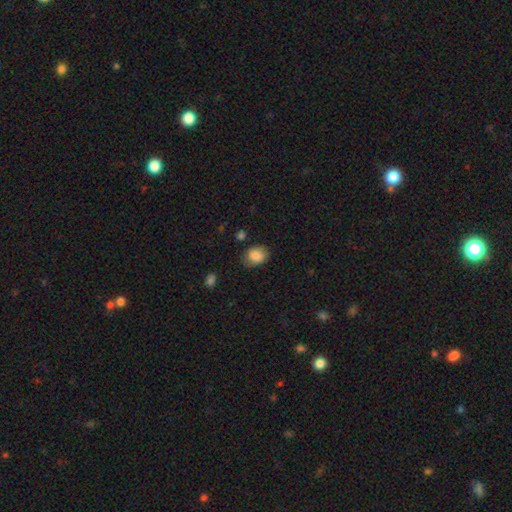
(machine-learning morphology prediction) The model was most divided on "how rounded": in between: 66%, round: 33%, cigar-shaped: 1%. More confident: smooth or featured — smooth (84%); merging — none (75%).